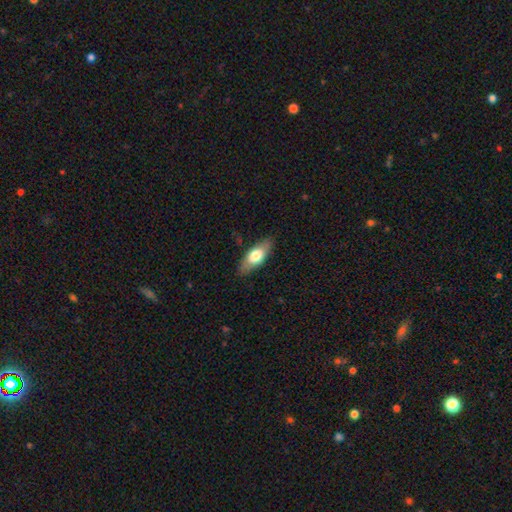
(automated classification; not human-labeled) This appears to be a smooth galaxy with no disk features (64%) that is in between round and cigar-shaped (73%). Merging: none (85%).